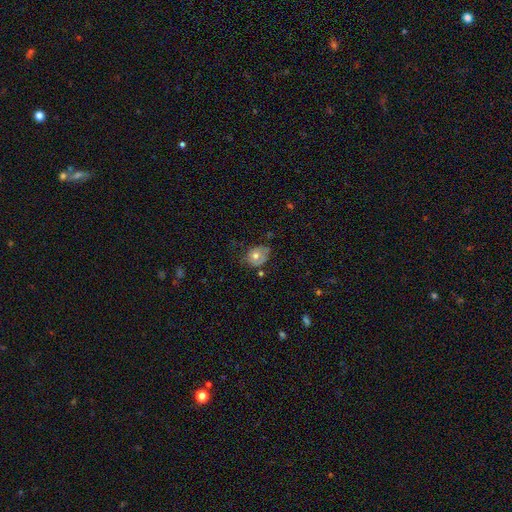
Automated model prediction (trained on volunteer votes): Overall: smooth (64%; featured or disk 28%). How rounded: in between (56%; round 44%). Merging: none (50%; minor disturbance 36%).